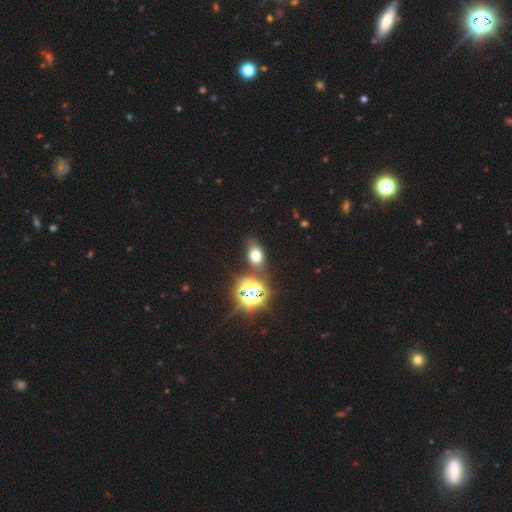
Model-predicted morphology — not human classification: Smooth or featured? Predicted: smooth (p=0.60). How rounded? Predicted: in between (p=0.75). Merging? Predicted: none (p=0.78).